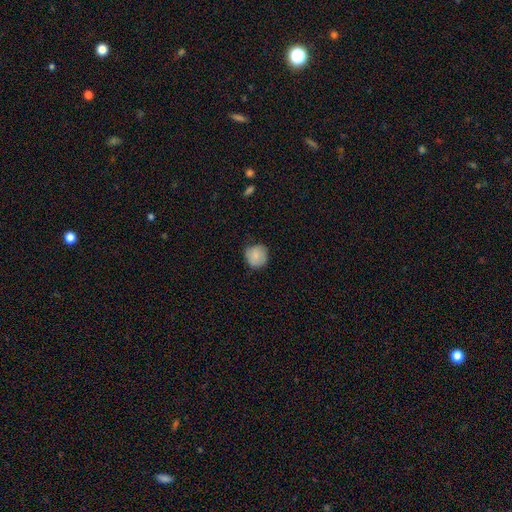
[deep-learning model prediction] smooth_or_featured: smooth (p=0.85) [alt: star or artifact p=0.08]
how_rounded: round (p=0.91) [alt: in between p=0.08]
merging: none (p=0.78) [alt: minor disturbance p=0.18]